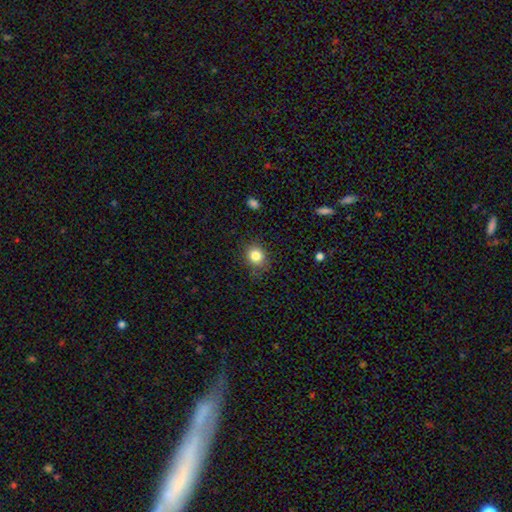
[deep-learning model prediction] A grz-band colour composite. It shows a smooth galaxy with no disk features (83%) that is round (75%). Merging: none (80%).